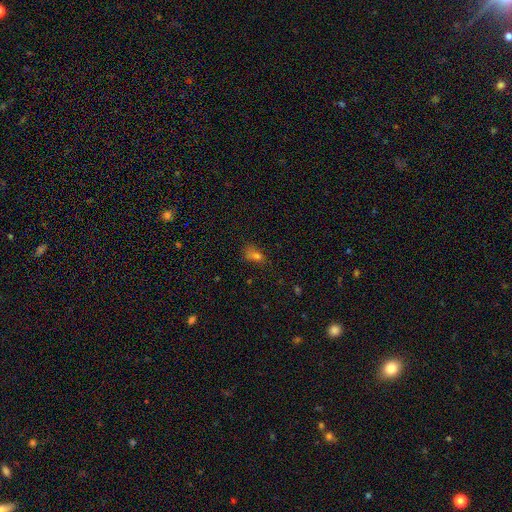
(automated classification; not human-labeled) The model was most divided on "merging": none: 47%, minor disturbance: 27%, major disturbance: 16%, merger: 10%. More confident: how rounded — in between (75%); smooth or featured — smooth (66%).